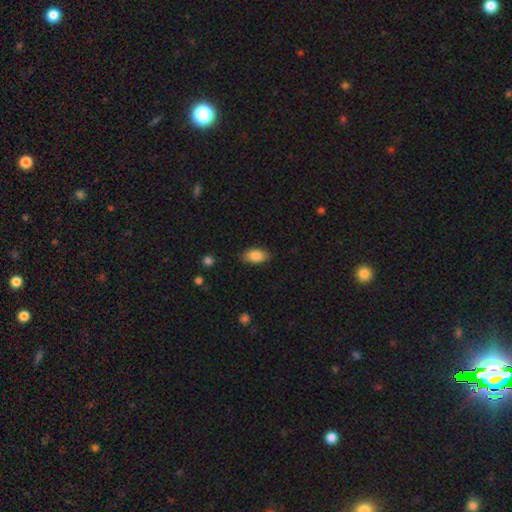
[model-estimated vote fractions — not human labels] smooth-or-featured: smooth: 86% | featured or disk: 7% | star or artifact: 7%
  how-rounded: in between: 92% | round: 5% | cigar-shaped: 3%
  merging: none: 83% | minor disturbance: 13% | major disturbance: 3% | merger: 1%